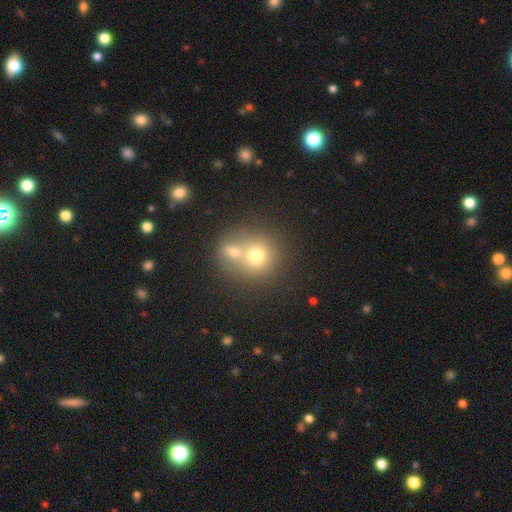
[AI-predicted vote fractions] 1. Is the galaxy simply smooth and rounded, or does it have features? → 69% smooth, 18% featured or disk, 13% star or artifact.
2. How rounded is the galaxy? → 85% round, 14% in between, 1% cigar-shaped.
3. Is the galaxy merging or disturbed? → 56% merger, 35% none, 6% minor disturbance, 3% major disturbance.